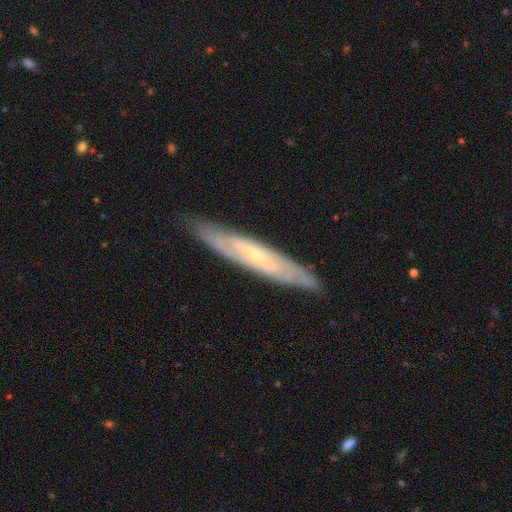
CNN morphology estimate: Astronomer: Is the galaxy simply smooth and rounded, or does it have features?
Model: featured or disk — 75%.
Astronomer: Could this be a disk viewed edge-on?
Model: yes — 52% (runner-up: no, 48%).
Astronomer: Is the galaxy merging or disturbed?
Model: none — 84%.